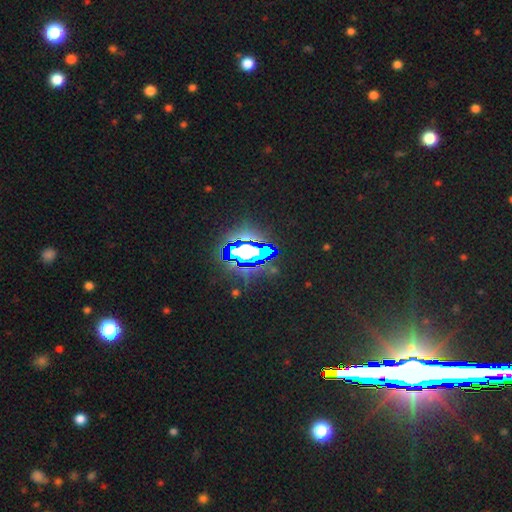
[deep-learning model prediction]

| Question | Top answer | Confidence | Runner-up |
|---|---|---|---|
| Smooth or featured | star or artifact | 75% | featured or disk (12%) |